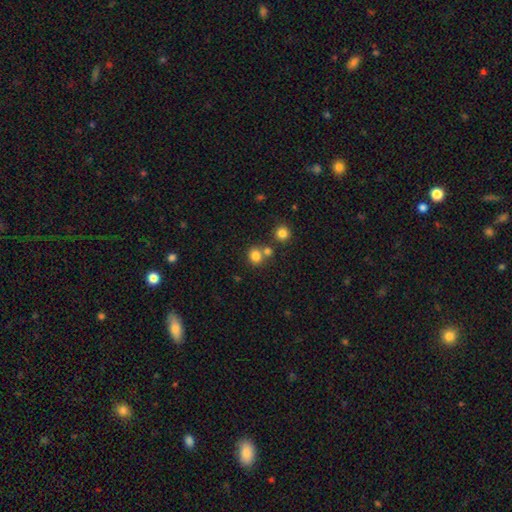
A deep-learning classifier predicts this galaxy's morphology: Smooth or featured? smooth (80%)
How rounded? round (72%)
Merging? none (61%)